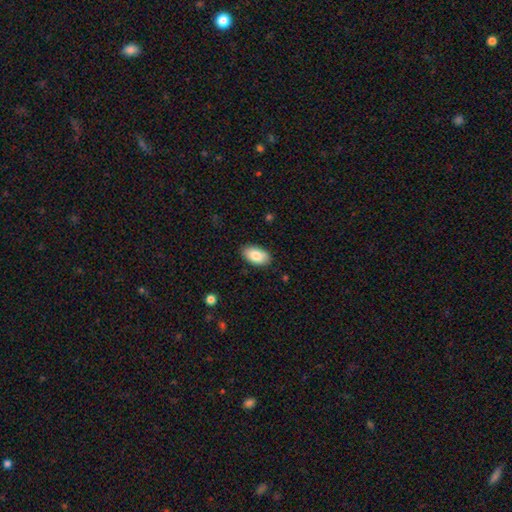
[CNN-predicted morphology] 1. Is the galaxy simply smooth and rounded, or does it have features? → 85% smooth, 8% featured or disk, 6% star or artifact.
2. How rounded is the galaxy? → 94% in between, 4% round, 2% cigar-shaped.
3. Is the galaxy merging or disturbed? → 86% none, 10% minor disturbance, 2% major disturbance, 1% merger.